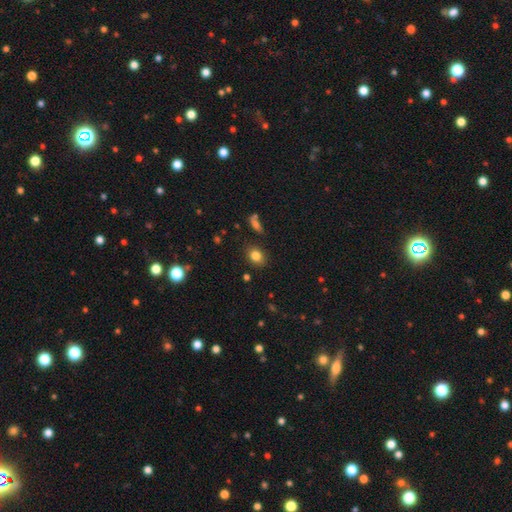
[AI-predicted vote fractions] smooth_or_featured: smooth (p=0.82) [alt: star or artifact p=0.11]
how_rounded: in between (p=0.53) [alt: round p=0.45]
merging: none (p=0.83) [alt: minor disturbance p=0.11]